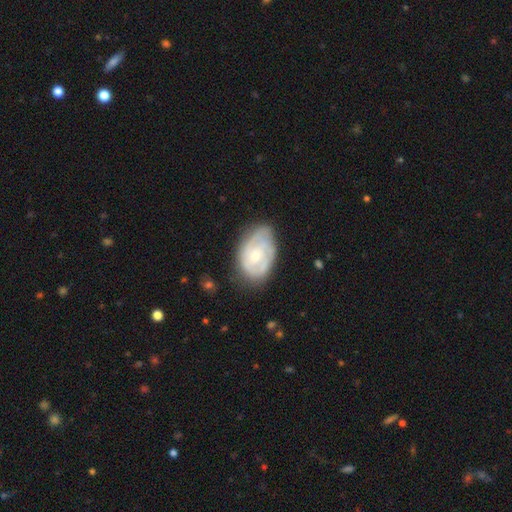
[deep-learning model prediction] Smooth or featured?
  - featured or disk: 70% *
  - smooth: 25%
  - star or artifact: 5%
Edge-on disk?
  - no: 96% *
  - yes: 4%
Bar?
  - no: 69% *
  - weak: 27%
  - strong: 4%
Spiral arms?
  - yes: 85% *
  - no: 15%
Spiral winding?
  - tight: 60% *
  - medium: 31%
  - loose: 9%
Spiral arm count?
  - can't tell: 39% *
  - 2: 32%
  - 3: 16%
  - 1: 6%
  - 4: 4%
  - more than 4: 3%
Bulge size?
  - small: 49% *
  - moderate: 46%
  - large: 2%
  - none: 2%
  - dominant: 1%
Merging?
  - none: 64% *
  - minor disturbance: 26%
  - major disturbance: 8%
  - merger: 2%